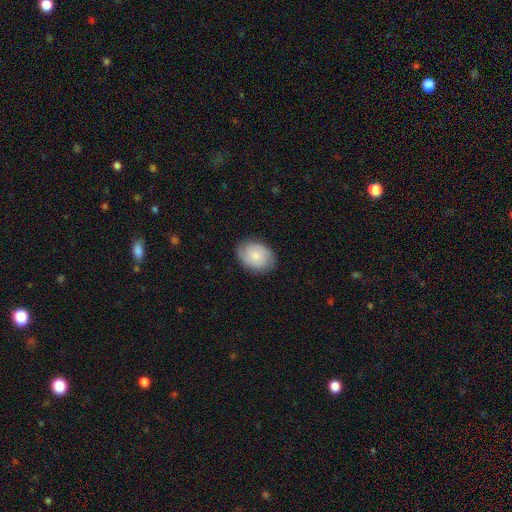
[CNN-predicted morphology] smooth_or_featured: smooth (p=0.59) [alt: featured or disk p=0.34]
how_rounded: in between (p=0.69) [alt: round p=0.30]
merging: none (p=0.81) [alt: minor disturbance p=0.14]